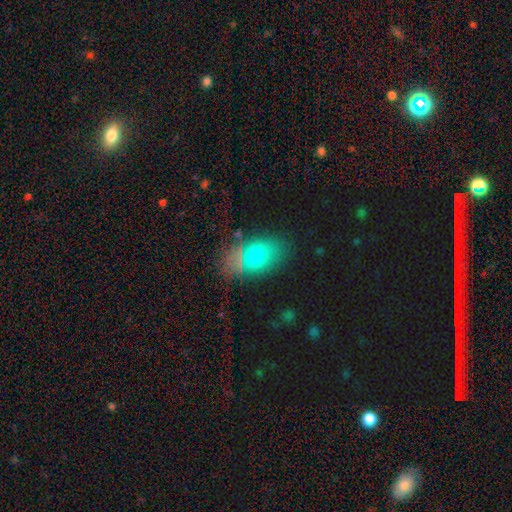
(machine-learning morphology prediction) Smooth or featured? smooth (70%)
How rounded? in between (81%)
Merging? none (74%)